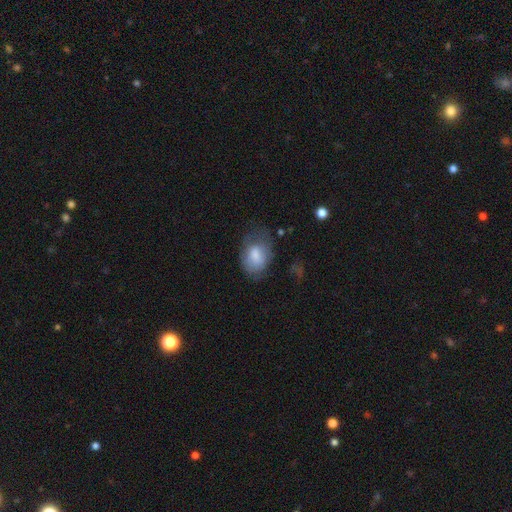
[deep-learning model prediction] The model was most divided on "merging": none: 46%, minor disturbance: 31%, major disturbance: 21%, merger: 2%. More confident: how rounded — in between (80%); smooth or featured — smooth (73%).